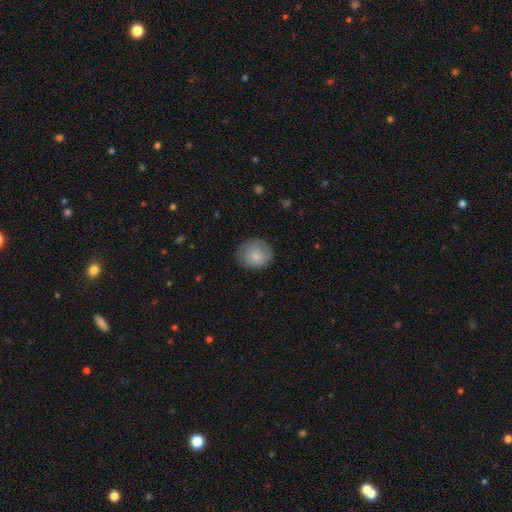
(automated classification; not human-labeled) The model was most divided on "merging": none: 75%, minor disturbance: 19%, major disturbance: 5%, merger: 1%. More confident: how rounded — round (79%); smooth or featured — smooth (77%).